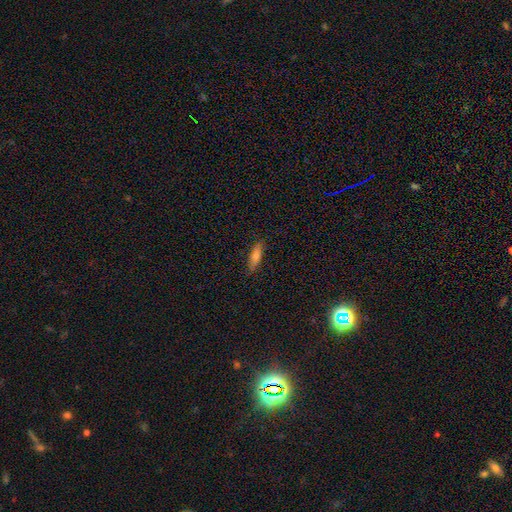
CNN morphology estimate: A smooth galaxy with no disk features (73%) that is cigar-shaped (65%).

Vote fractions:
- Smooth or featured? smooth: 73% / featured or disk: 18% / star or artifact: 8%
- How rounded? cigar-shaped: 65% / in between: 32% / round: 2%
- Merging? none: 86% / minor disturbance: 11% / major disturbance: 2% / merger: 1%